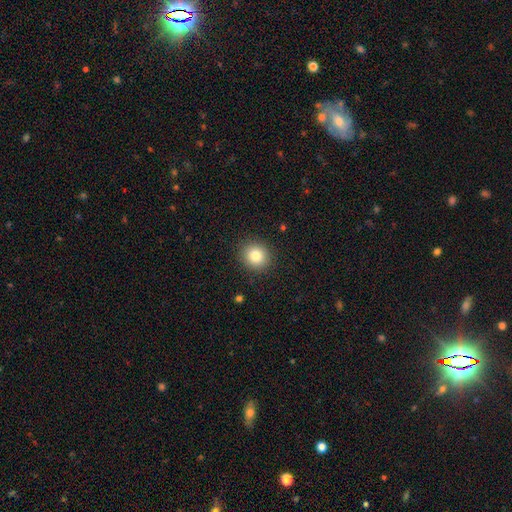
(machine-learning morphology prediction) type=smooth (81%); roundness=round (87%); merging=none (90%).